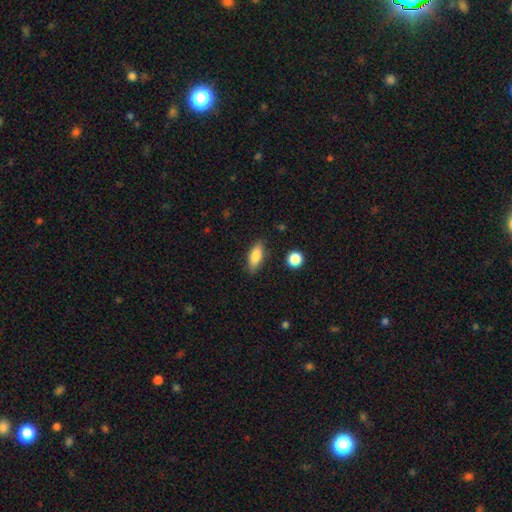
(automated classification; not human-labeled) A smooth galaxy with no disk features (83%) that is in between round and cigar-shaped (77%).

Vote fractions:
- Smooth or featured? smooth: 83% / featured or disk: 10% / star or artifact: 7%
- How rounded? in between: 77% / cigar-shaped: 20% / round: 3%
- Merging? none: 83% / minor disturbance: 12% / major disturbance: 3% / merger: 2%